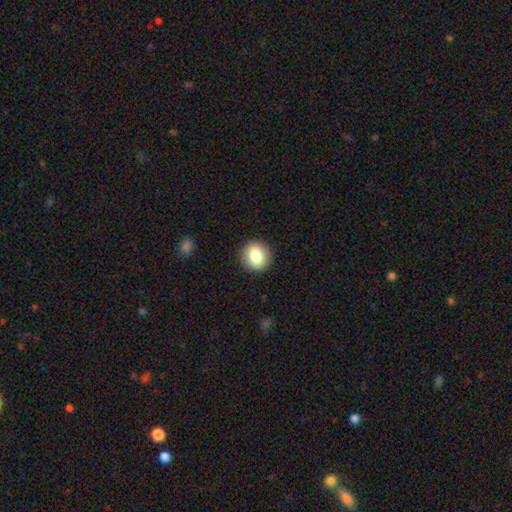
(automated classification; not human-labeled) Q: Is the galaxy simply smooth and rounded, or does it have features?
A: smooth — 82%.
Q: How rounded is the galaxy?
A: round — 89%.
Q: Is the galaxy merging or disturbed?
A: none — 91%.